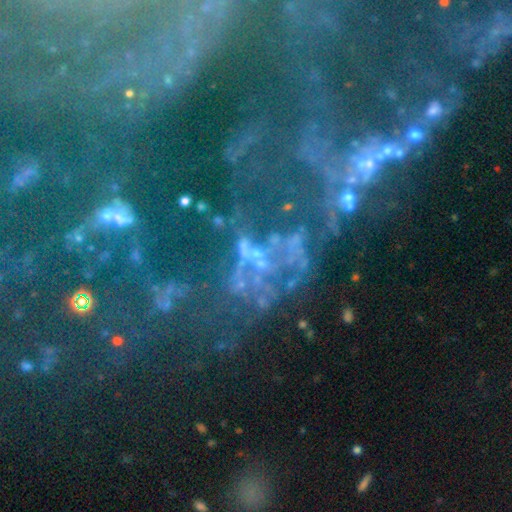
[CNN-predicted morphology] A featured or disk galaxy (53%) with no bar (84%), no spiral arms (79%) and no central bulge (74%). Merging: major disturbance (35%).